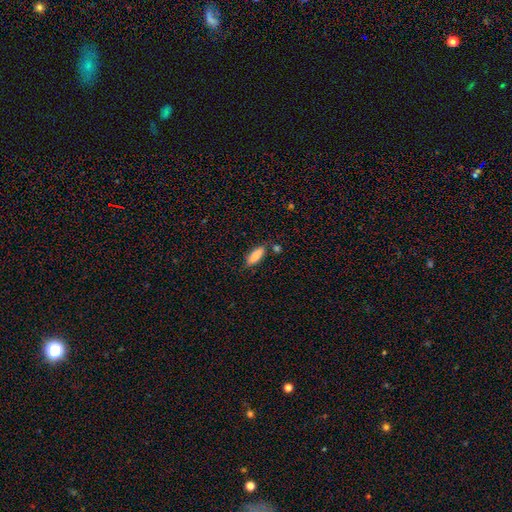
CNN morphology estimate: Overall: smooth (82%). How rounded: in between (65%; cigar-shaped 33%). Merging: none (77%).